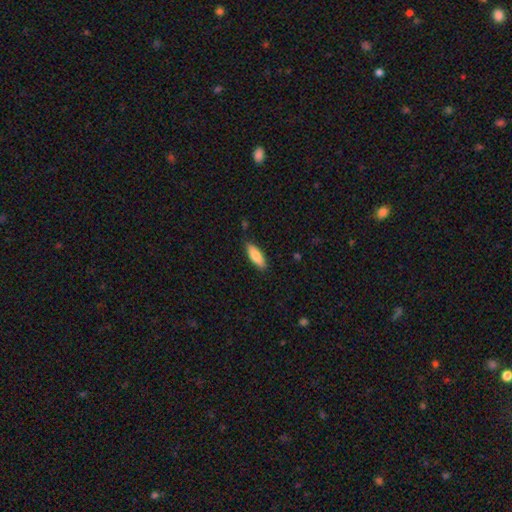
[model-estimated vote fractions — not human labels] Smooth or featured: smooth — 81% (featured or disk — 13%)
How rounded: in between — 57% (cigar-shaped — 41%)
Merging: none — 85% (minor disturbance — 11%)